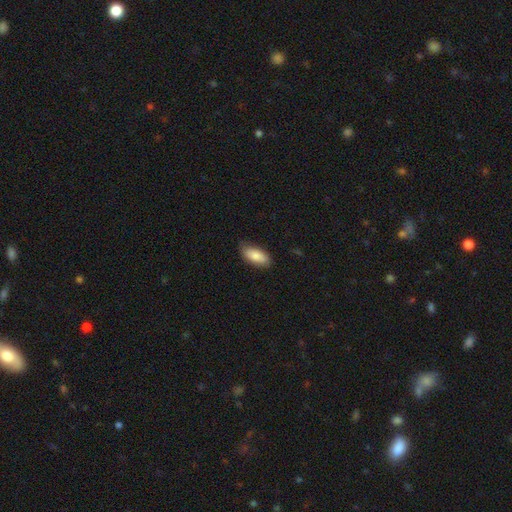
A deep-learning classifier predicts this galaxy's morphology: A smooth galaxy with no disk features (83%) that is in between round and cigar-shaped (88%). Merging: none (79%).